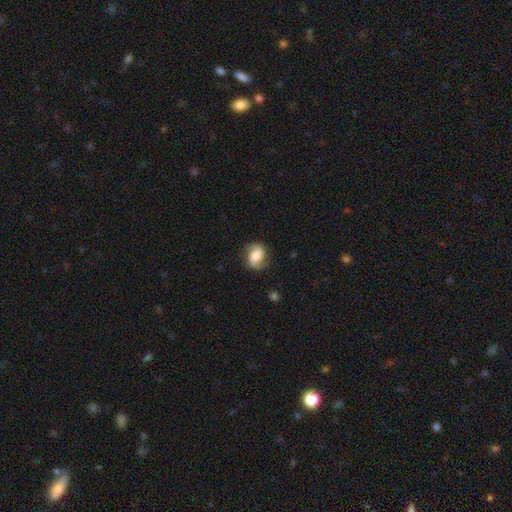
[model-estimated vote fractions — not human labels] smooth_or_featured: featured or disk (p=0.68) [alt: smooth p=0.24]
disk_edge_on: no (p=0.98) [alt: yes p=0.02]
bar: no (p=0.46) [alt: weak p=0.39]
has_spiral_arms: yes (p=0.94) [alt: no p=0.06]
spiral_winding: medium (p=0.44) [alt: loose p=0.36]
spiral_arm_count: 2 (p=0.90) [alt: 1 p=0.04]
bulge_size: moderate (p=0.39) [alt: large p=0.33]
merging: none (p=0.77) [alt: minor disturbance p=0.15]